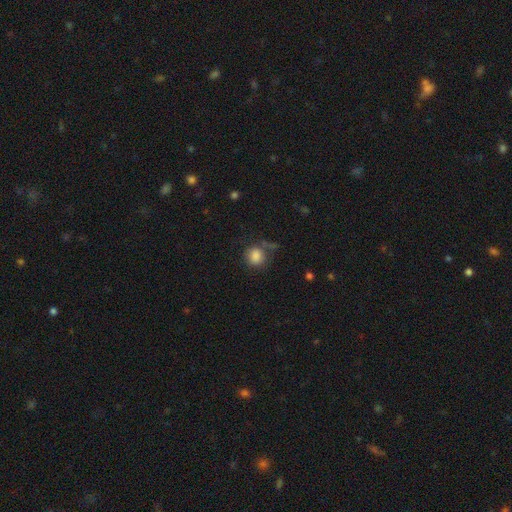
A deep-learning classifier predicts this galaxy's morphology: Smooth or featured? smooth (85%)
How rounded? round (79%)
Merging? none (65%)